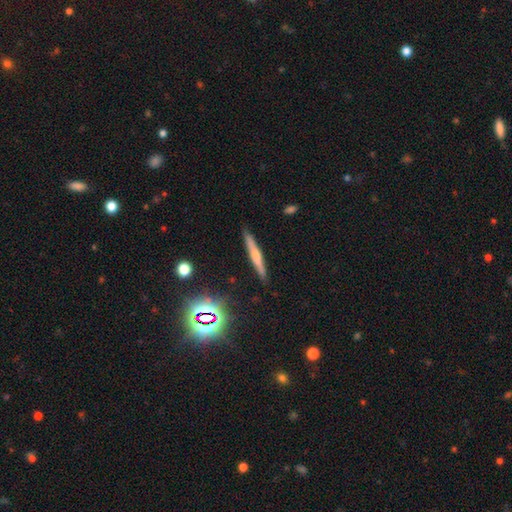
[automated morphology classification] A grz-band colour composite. It shows a smooth galaxy with no disk features (45%). Merging: none (88%).